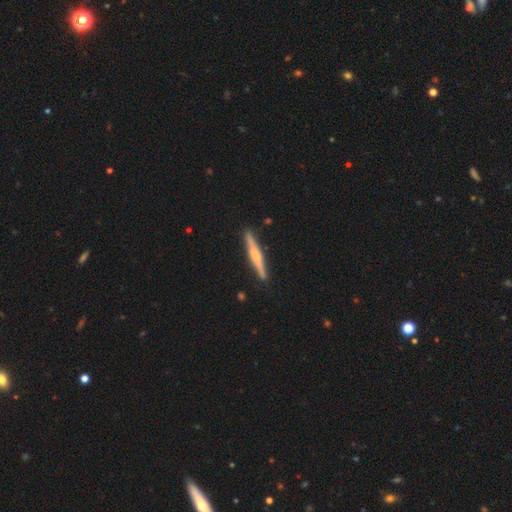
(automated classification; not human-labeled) The model was most divided on "smooth or featured": featured or disk: 60%, smooth: 34%, star or artifact: 5%. More confident: edge-on disk — yes (98%); merging — none (90%); edge-on bulge — rounded (58%).